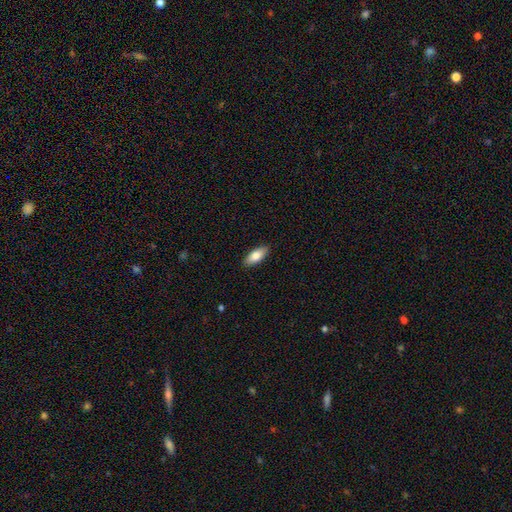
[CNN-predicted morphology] smooth 81%, featured or disk 13%, star or artifact 6%. Down the decision tree: how rounded — in between (82%); merging — none (89%).